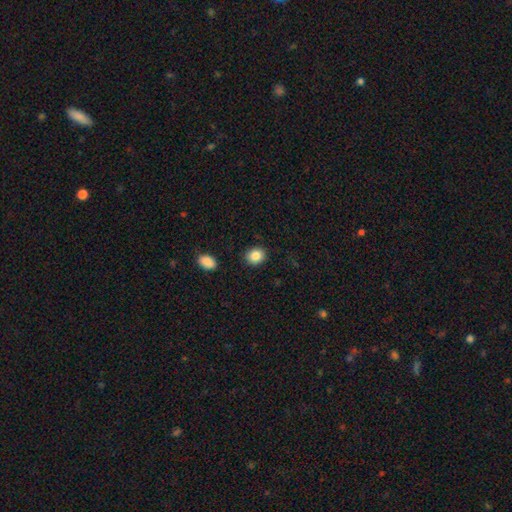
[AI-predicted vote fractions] A smooth galaxy with no disk features (86%) that is round (62%).

Vote fractions:
- Smooth or featured? smooth: 86% / star or artifact: 9% / featured or disk: 5%
- How rounded? round: 62% / in between: 37% / cigar-shaped: 1%
- Merging? none: 88% / minor disturbance: 8% / major disturbance: 2% / merger: 2%